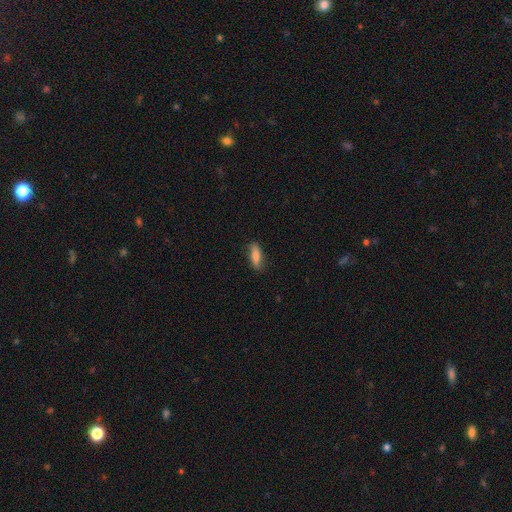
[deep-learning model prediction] A smooth galaxy with no disk features (79%) that is in between round and cigar-shaped (53%). Merging: none (82%).